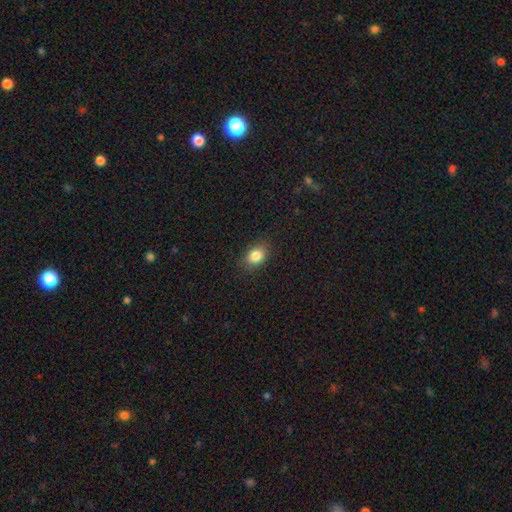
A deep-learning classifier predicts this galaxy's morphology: smooth_or_featured: smooth (p=0.85) [alt: star or artifact p=0.09]
how_rounded: in between (p=0.69) [alt: round p=0.30]
merging: none (p=0.86) [alt: minor disturbance p=0.10]